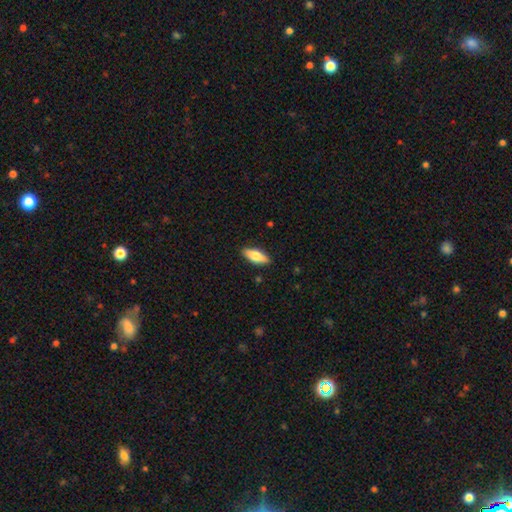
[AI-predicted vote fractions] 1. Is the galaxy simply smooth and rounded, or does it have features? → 70% smooth, 24% featured or disk, 6% star or artifact.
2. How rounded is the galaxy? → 73% in between, 24% cigar-shaped, 2% round.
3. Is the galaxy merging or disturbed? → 88% none, 9% minor disturbance, 2% major disturbance, 1% merger.